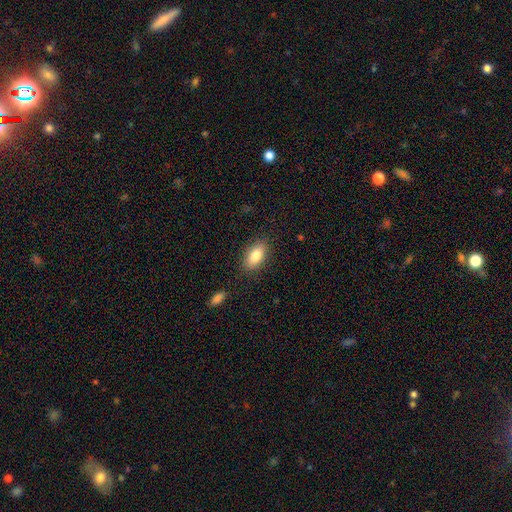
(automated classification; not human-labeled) This appears to be a smooth galaxy with no disk features (82%) that is in between round and cigar-shaped (89%). Merging: none (86%).